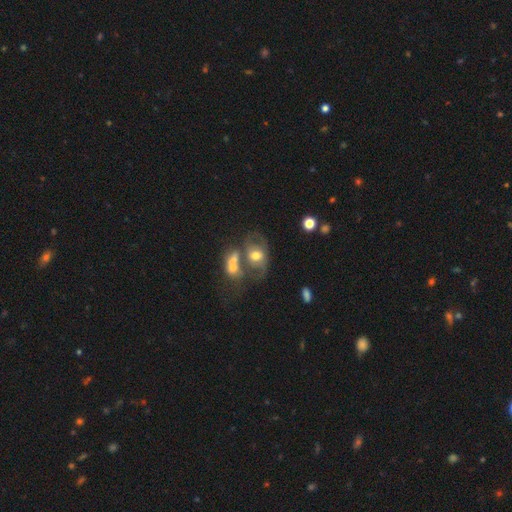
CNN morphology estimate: featured or disk 47%, smooth 42%, star or artifact 11%. Down the decision tree: merging — merger (43%).